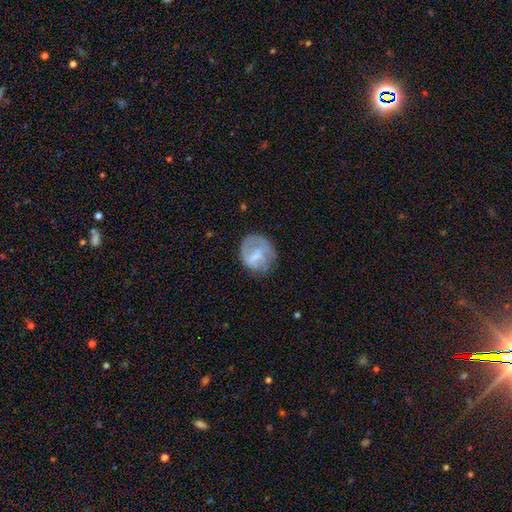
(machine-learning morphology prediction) Q: Smooth or featured?
A: smooth (48%); runner-up: featured or disk (45%)
Q: Merging?
A: none (55%); runner-up: minor disturbance (24%)